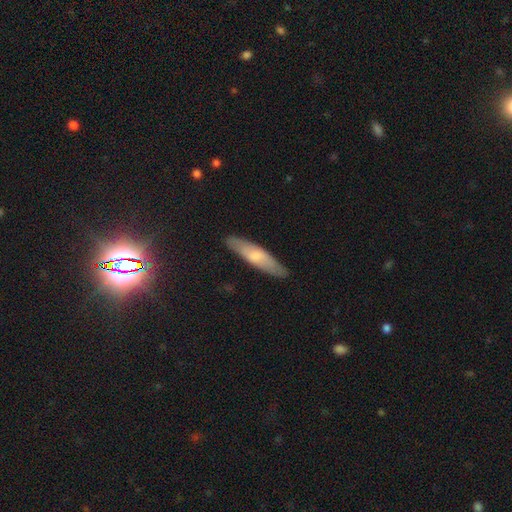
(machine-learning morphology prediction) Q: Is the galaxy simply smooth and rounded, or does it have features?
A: smooth — 59%.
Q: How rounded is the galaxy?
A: cigar-shaped — 75%.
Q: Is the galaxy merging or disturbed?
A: none — 86%.